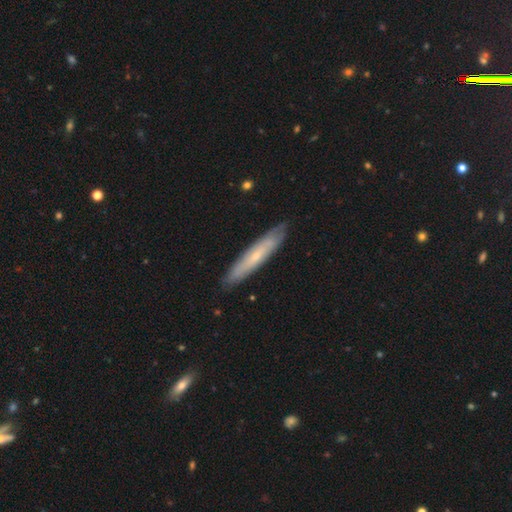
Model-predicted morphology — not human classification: Smooth or featured? Predicted: featured or disk (p=0.51). Edge-on disk? Predicted: yes (p=0.66). Merging? Predicted: none (p=0.85).